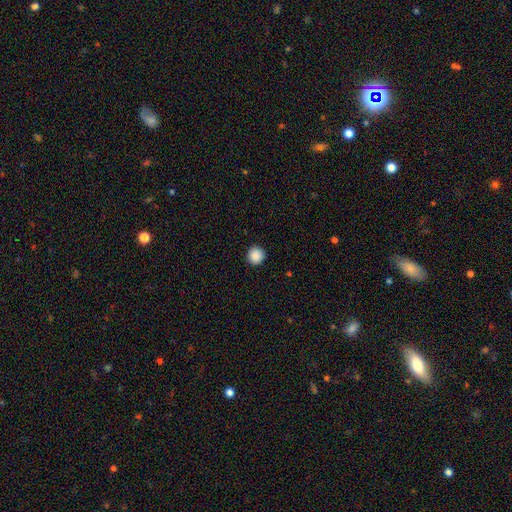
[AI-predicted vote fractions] smooth 88%, star or artifact 9%, featured or disk 3%. Down the decision tree: how rounded — round (95%); merging — none (93%).